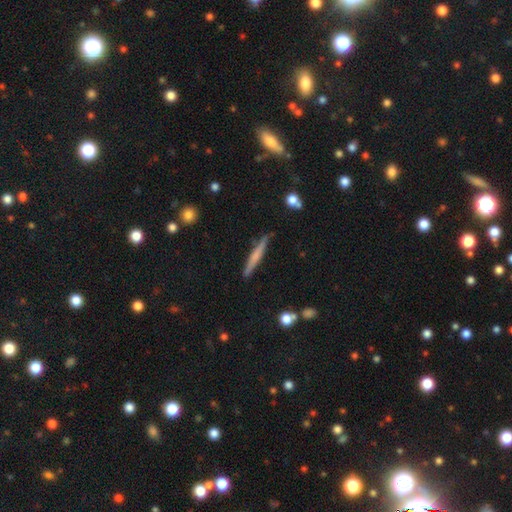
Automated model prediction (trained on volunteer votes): A smooth galaxy with no disk features (49%).

Vote fractions:
- Smooth or featured? smooth: 49% / featured or disk: 44% / star or artifact: 6%
- Merging? none: 88% / minor disturbance: 9% / merger: 2% / major disturbance: 2%